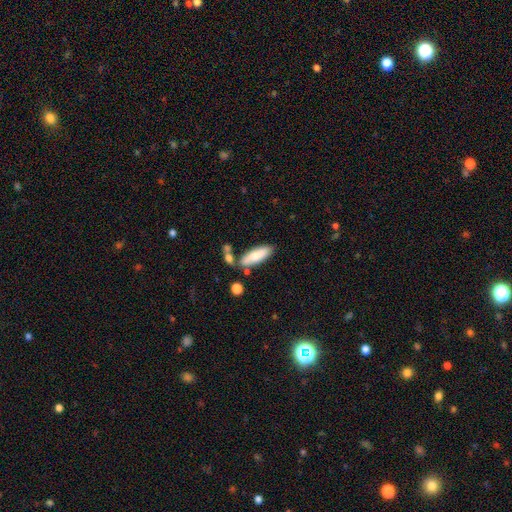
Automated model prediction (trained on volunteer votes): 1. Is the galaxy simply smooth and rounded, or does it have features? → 77% smooth, 17% featured or disk, 6% star or artifact.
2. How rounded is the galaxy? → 57% in between, 41% cigar-shaped, 2% round.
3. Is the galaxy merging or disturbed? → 68% none, 16% minor disturbance, 12% merger, 4% major disturbance.